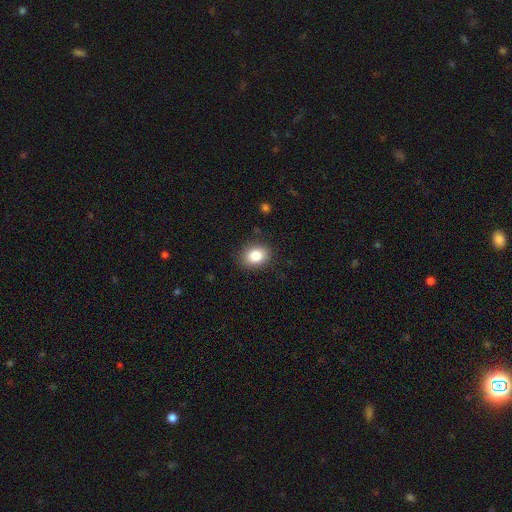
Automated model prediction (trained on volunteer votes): Smooth or featured: smooth — 83% (star or artifact — 9%)
How rounded: in between — 56% (round — 43%)
Merging: none — 87% (minor disturbance — 9%)